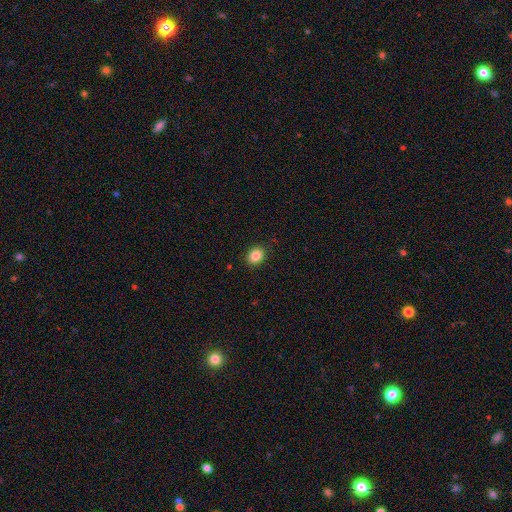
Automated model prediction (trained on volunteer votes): A smooth galaxy with no disk features (85%) that is in between round and cigar-shaped (52%). Merging: none (88%).